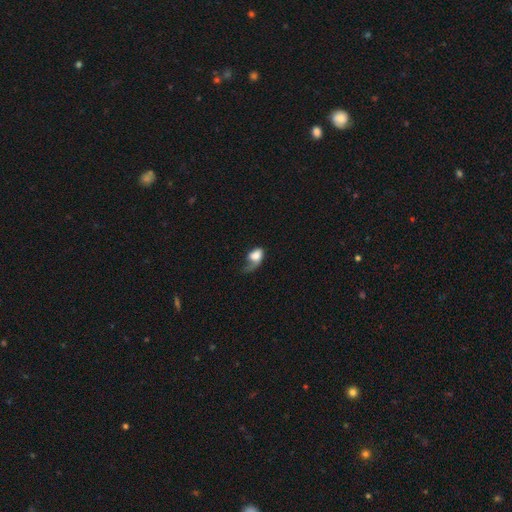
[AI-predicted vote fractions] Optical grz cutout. It shows a smooth galaxy with no disk features (64%) that is in between round and cigar-shaped (78%). Merging: major disturbance (53%).